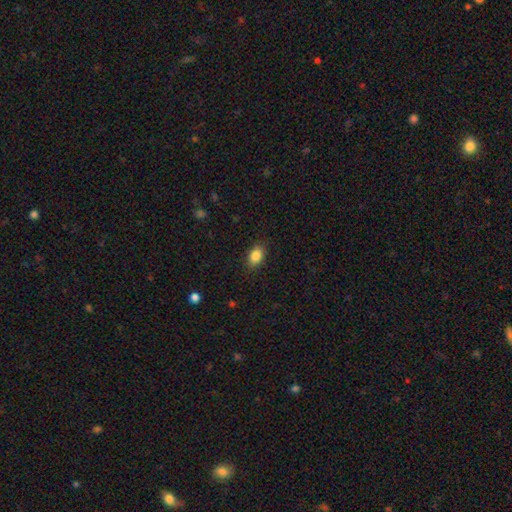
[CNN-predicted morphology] A smooth galaxy with no disk features (86%) that is in between round and cigar-shaped (83%).

Vote fractions:
- Smooth or featured? smooth: 86% / star or artifact: 9% / featured or disk: 6%
- How rounded? in between: 83% / round: 15% / cigar-shaped: 2%
- Merging? none: 87% / minor disturbance: 9% / major disturbance: 2% / merger: 1%